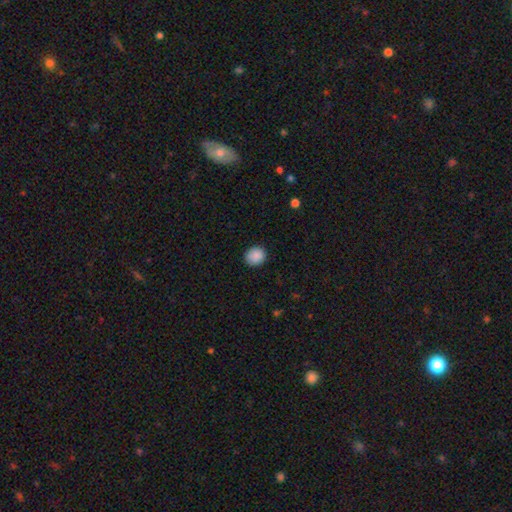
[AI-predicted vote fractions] Q: Smooth or featured?
A: smooth (89%); runner-up: star or artifact (8%)
Q: How rounded?
A: round (84%); runner-up: in between (15%)
Q: Merging?
A: none (90%); runner-up: minor disturbance (7%)